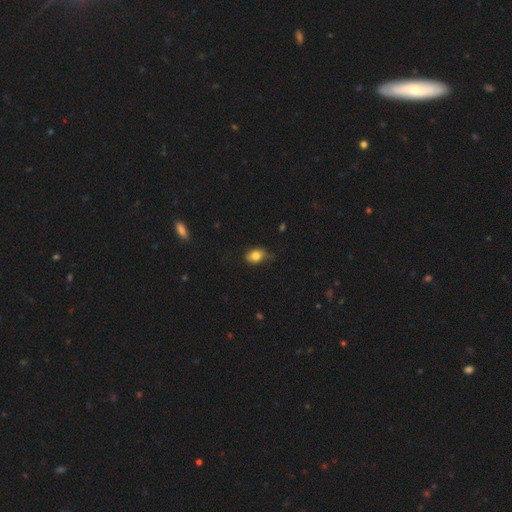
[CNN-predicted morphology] Overall: smooth (81%). How rounded: in between (68%; round 30%). Merging: none (55%; minor disturbance 36%).